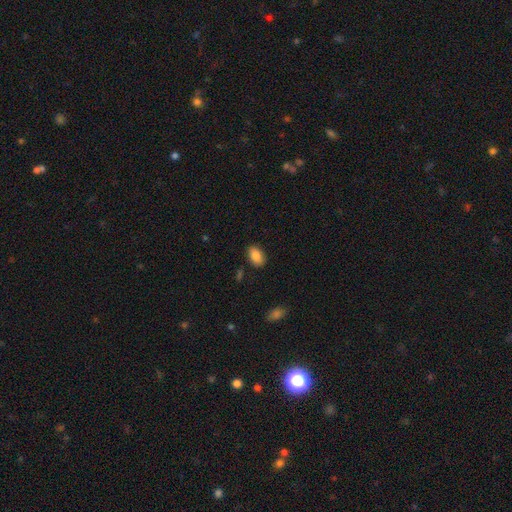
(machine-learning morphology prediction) This appears to be a smooth galaxy with no disk features (86%) that is in between round and cigar-shaped (90%). Merging: none (86%).